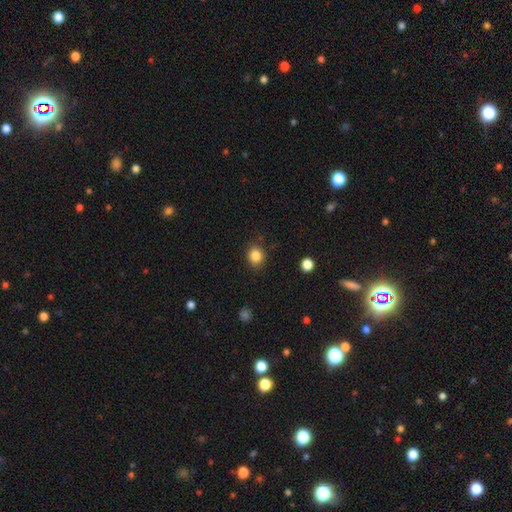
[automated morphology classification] This appears to be a smooth galaxy with no disk features (85%) that is round (76%). Merging: none (86%).